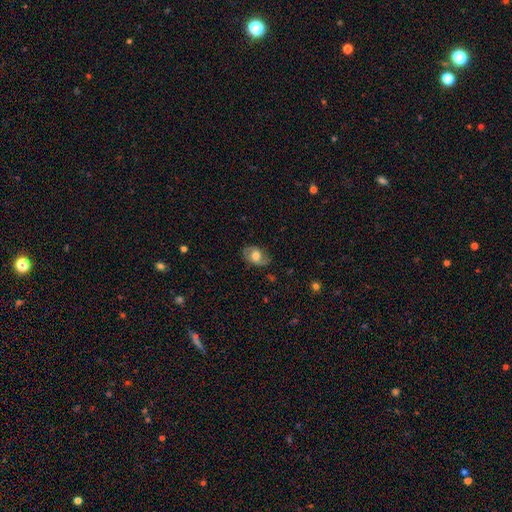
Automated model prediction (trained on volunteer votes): A smooth galaxy with no disk features (57%) that is in between round and cigar-shaped (83%). Merging: none (73%).